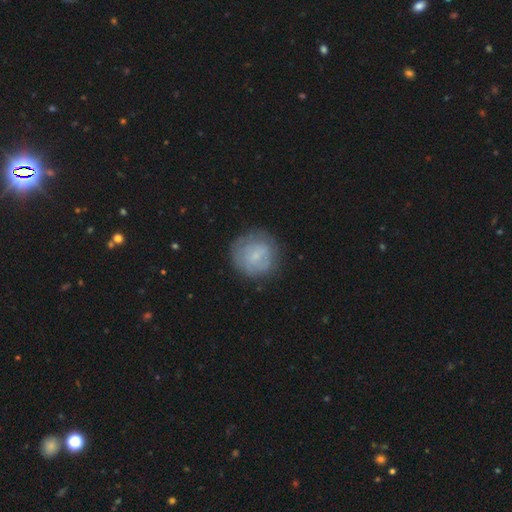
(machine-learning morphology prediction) smooth_or_featured: smooth (p=0.58) [alt: featured or disk p=0.34]
how_rounded: round (p=0.92) [alt: in between p=0.08]
merging: none (p=0.75) [alt: minor disturbance p=0.16]